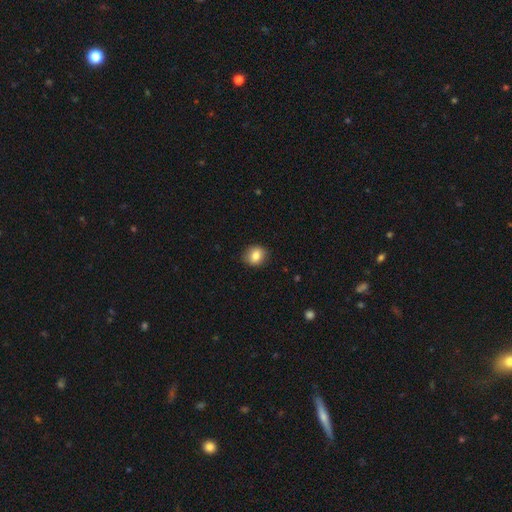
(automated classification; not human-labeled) Smooth or featured? Predicted: smooth (p=0.83). How rounded? Predicted: round (p=0.70). Merging? Predicted: none (p=0.87).